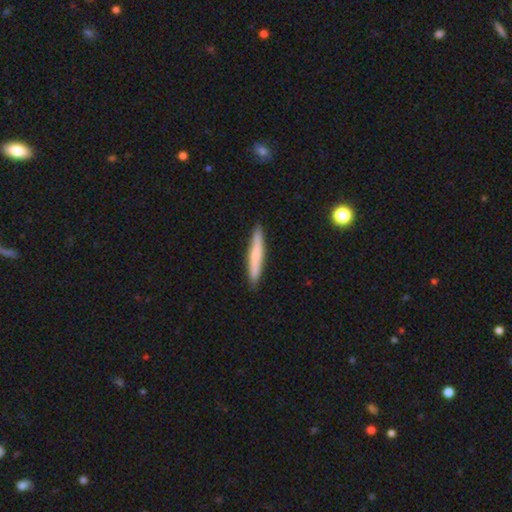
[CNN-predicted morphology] Q: Smooth or featured?
A: smooth (65%); runner-up: featured or disk (29%)
Q: How rounded?
A: cigar-shaped (94%); runner-up: in between (5%)
Q: Merging?
A: none (90%); runner-up: minor disturbance (7%)